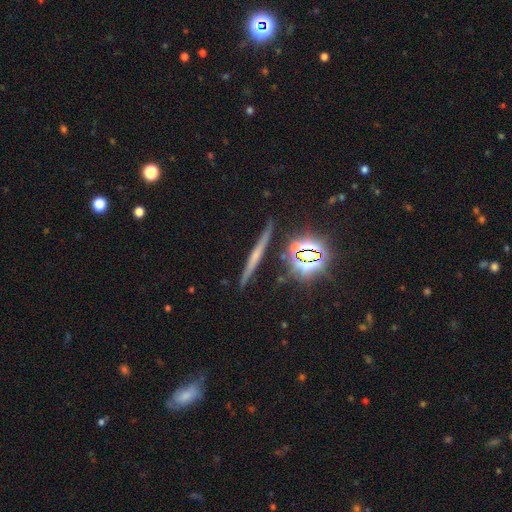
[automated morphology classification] smooth_or_featured: featured or disk (p=0.45) [alt: smooth p=0.31]
merging: none (p=0.87) [alt: minor disturbance p=0.08]